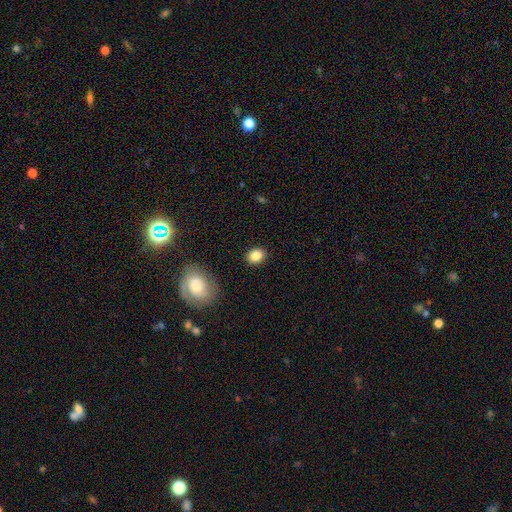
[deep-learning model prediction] This is clearly a smooth galaxy (85%). How rounded: possibly in between (51%). Merging: clearly none (88%).